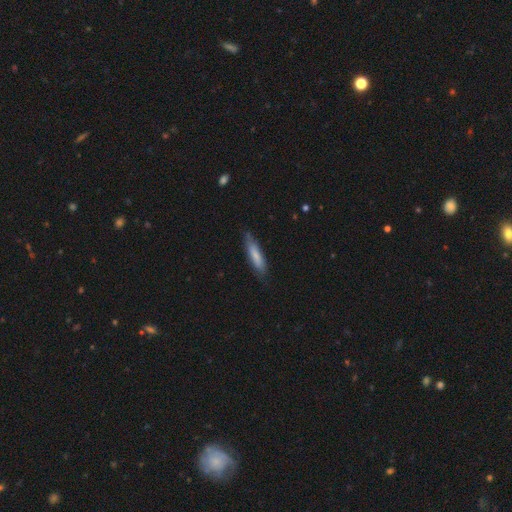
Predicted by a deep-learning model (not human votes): smooth_or_featured: smooth (p=0.73) [alt: featured or disk p=0.22]
how_rounded: cigar-shaped (p=0.77) [alt: in between p=0.22]
merging: none (p=0.76) [alt: minor disturbance p=0.19]